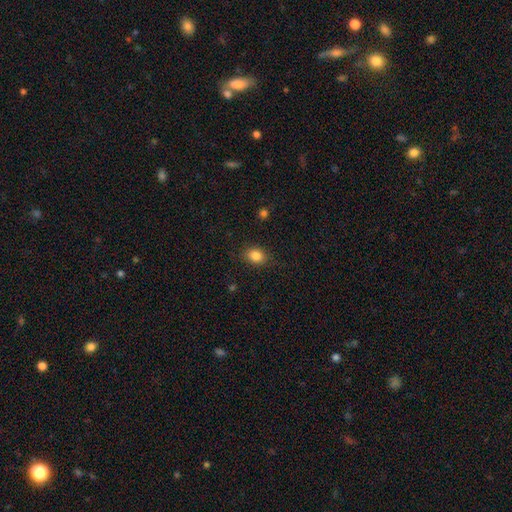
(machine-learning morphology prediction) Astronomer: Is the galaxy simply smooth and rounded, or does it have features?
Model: smooth — 85%.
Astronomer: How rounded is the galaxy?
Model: in between — 57% (runner-up: round, 41%).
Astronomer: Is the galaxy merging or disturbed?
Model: none — 86%.